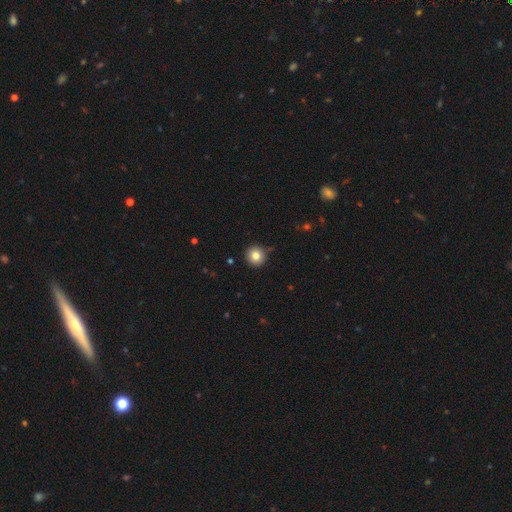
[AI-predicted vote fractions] This appears to be a smooth galaxy with no disk features (83%) that is round (95%). Merging: none (88%).